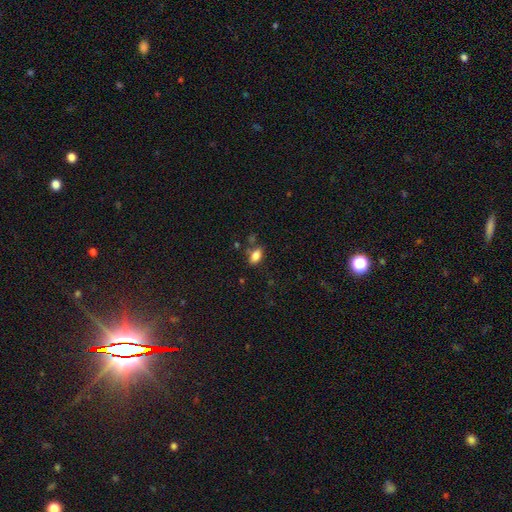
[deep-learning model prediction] A smooth galaxy with no disk features (82%) that is in between round and cigar-shaped (88%).

Vote fractions:
- Smooth or featured? smooth: 82% / star or artifact: 10% / featured or disk: 9%
- How rounded? in between: 88% / round: 8% / cigar-shaped: 4%
- Merging? none: 70% / minor disturbance: 16% / merger: 9% / major disturbance: 4%